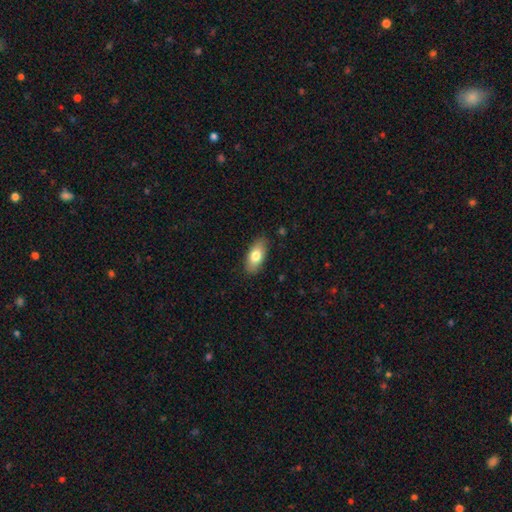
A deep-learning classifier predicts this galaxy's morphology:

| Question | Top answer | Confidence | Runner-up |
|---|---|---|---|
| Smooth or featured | smooth | 77% | featured or disk (17%) |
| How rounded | in between | 87% | cigar-shaped (9%) |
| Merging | none | 86% | minor disturbance (11%) |